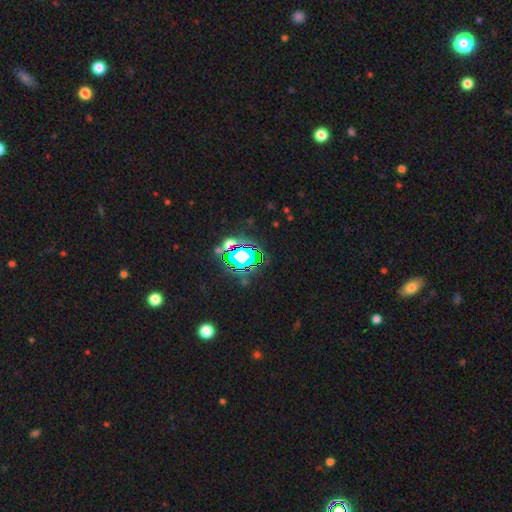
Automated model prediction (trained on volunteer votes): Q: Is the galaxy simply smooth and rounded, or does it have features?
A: star or artifact — 82%.